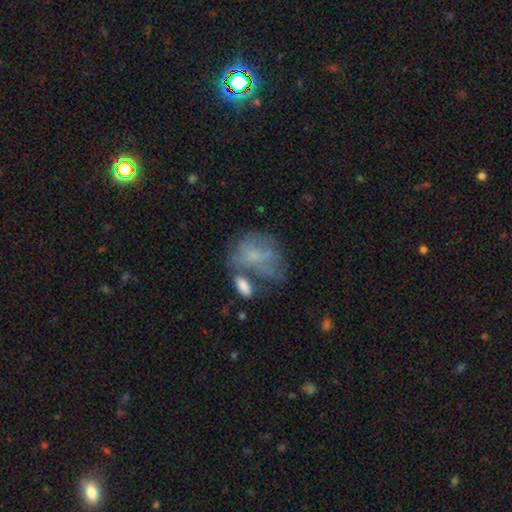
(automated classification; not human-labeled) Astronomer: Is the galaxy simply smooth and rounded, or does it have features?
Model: smooth — 53% (runner-up: featured or disk, 35%).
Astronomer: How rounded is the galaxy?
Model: in between — 63%.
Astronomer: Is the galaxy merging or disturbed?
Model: none — 29%, tied with merger at 29%.